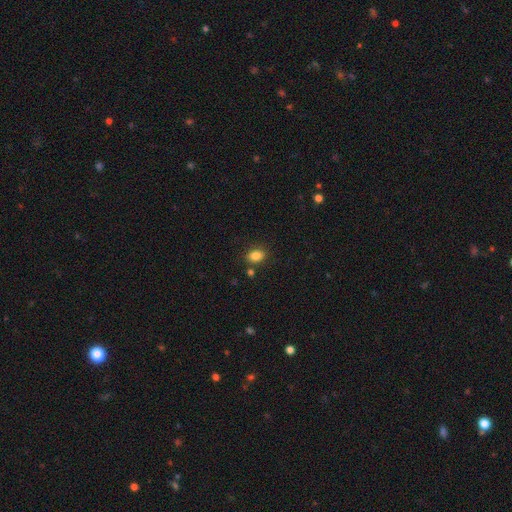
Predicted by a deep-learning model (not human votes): Smooth or featured? Predicted: smooth (p=0.84). How rounded? Predicted: in between (p=0.69). Merging? Predicted: none (p=0.81).